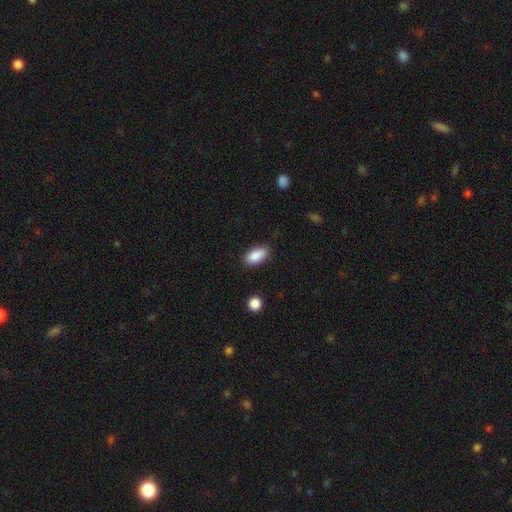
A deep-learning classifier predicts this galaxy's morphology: Smooth or featured? smooth (88%)
How rounded? in between (92%)
Merging? none (81%)